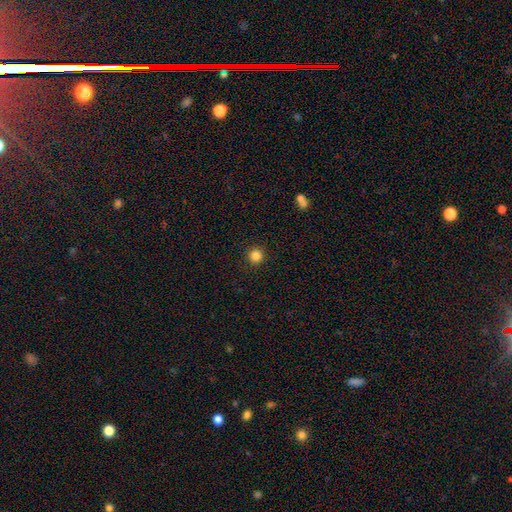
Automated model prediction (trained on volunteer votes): Q: Smooth or featured?
A: smooth (84%); runner-up: star or artifact (12%)
Q: How rounded?
A: round (95%); runner-up: in between (4%)
Q: Merging?
A: none (93%); runner-up: minor disturbance (5%)